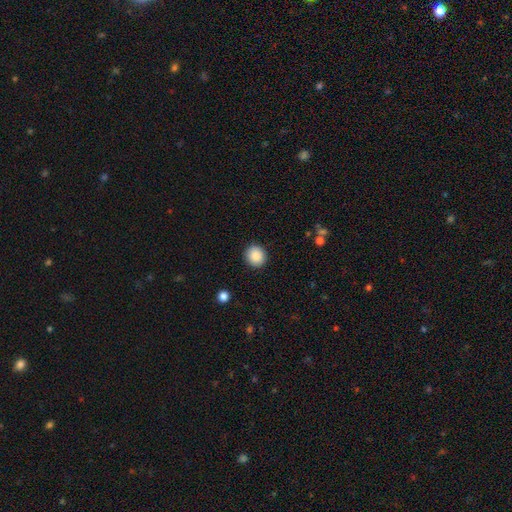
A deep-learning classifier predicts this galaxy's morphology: The model was most divided on "how rounded": round: 87%, in between: 13%, cigar-shaped: 1%. More confident: merging — none (91%); smooth or featured — smooth (89%).